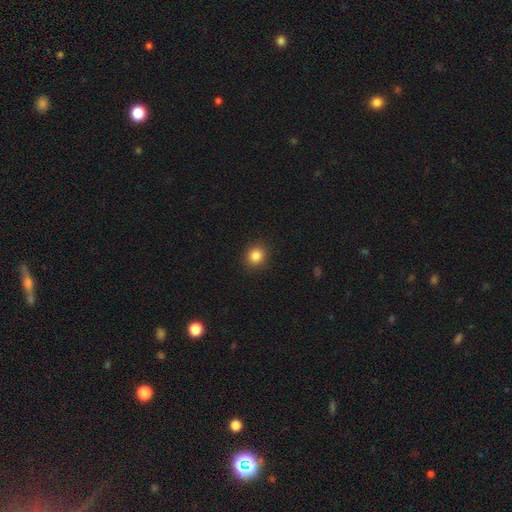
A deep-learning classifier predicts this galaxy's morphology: Smooth or featured?
  - smooth: 85% *
  - star or artifact: 11%
  - featured or disk: 5%
How rounded?
  - round: 77% *
  - in between: 22%
  - cigar-shaped: 1%
Merging?
  - none: 91% *
  - minor disturbance: 6%
  - major disturbance: 2%
  - merger: 1%